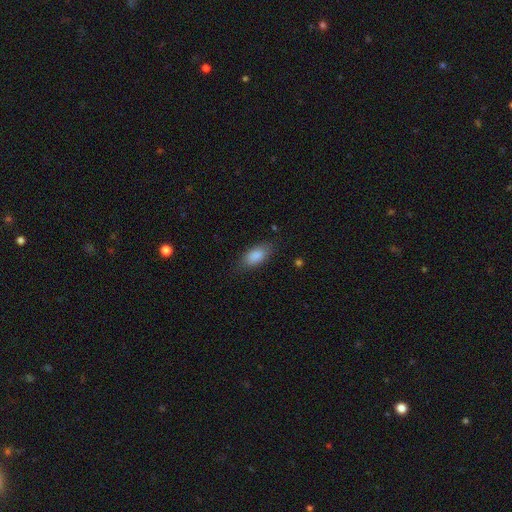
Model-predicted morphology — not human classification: Smooth or featured: smooth — 87% (star or artifact — 7%)
How rounded: in between — 90% (cigar-shaped — 7%)
Merging: none — 79% (minor disturbance — 16%)